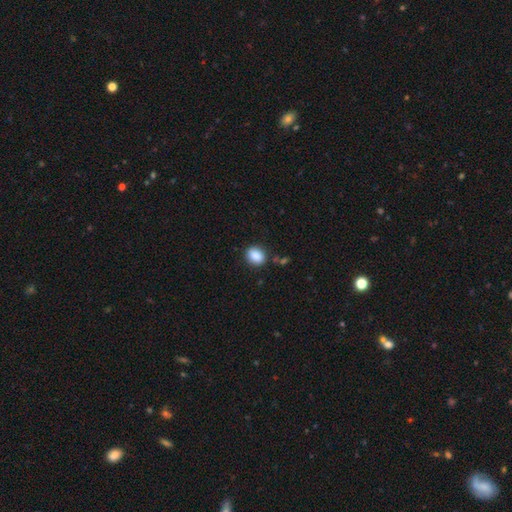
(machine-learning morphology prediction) A smooth galaxy with no disk features (88%) that is in between round and cigar-shaped (56%). Merging: none (85%).